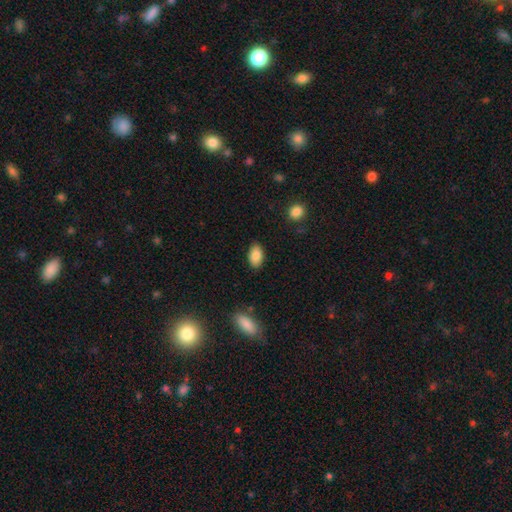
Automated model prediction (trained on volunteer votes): This is clearly a smooth galaxy (87%). How rounded: clearly in between (92%). Merging: clearly none (85%).